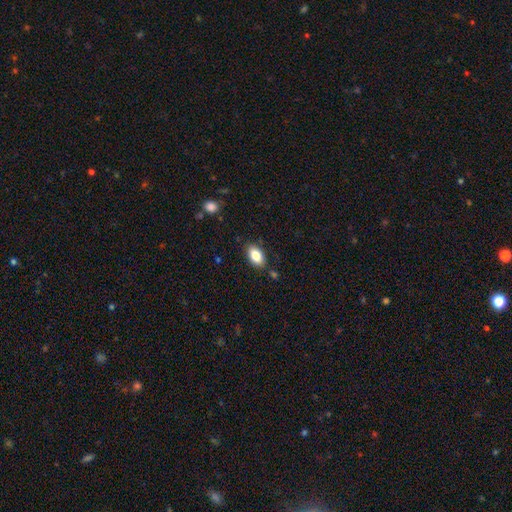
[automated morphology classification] A smooth galaxy with no disk features (84%) that is in between round and cigar-shaped (92%). Merging: none (84%).